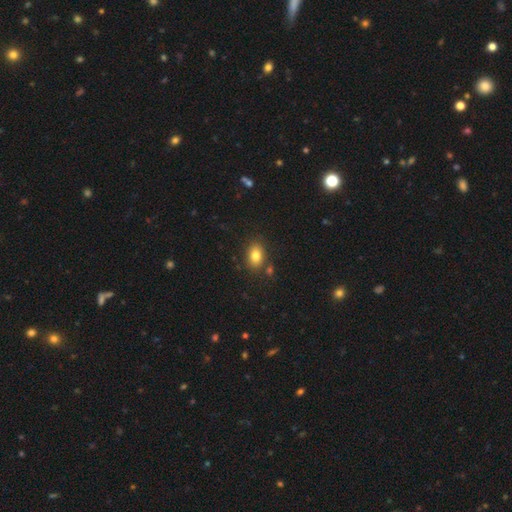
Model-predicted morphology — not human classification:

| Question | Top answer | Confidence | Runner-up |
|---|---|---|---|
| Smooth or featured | smooth | 81% | star or artifact (10%) |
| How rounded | in between | 75% | round (24%) |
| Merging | none | 79% | minor disturbance (11%) |